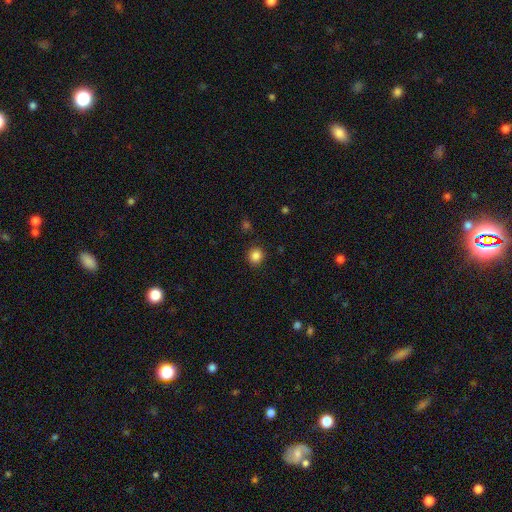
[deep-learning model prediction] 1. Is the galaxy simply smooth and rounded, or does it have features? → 85% smooth, 12% star or artifact, 3% featured or disk.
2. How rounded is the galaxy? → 87% round, 12% in between, 1% cigar-shaped.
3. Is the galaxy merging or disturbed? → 89% none, 7% minor disturbance, 2% major disturbance, 1% merger.